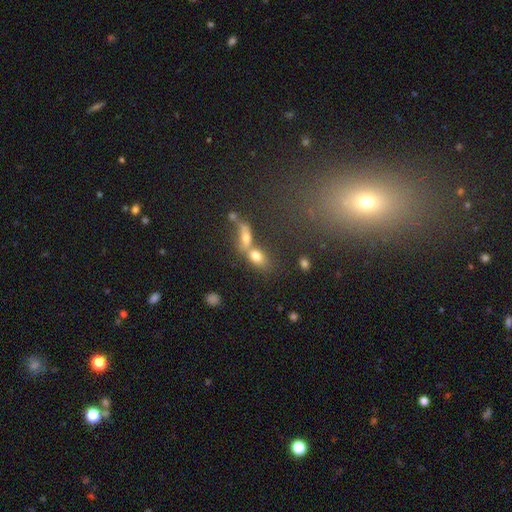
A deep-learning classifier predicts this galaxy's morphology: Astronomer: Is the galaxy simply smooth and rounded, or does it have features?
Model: smooth — 69%.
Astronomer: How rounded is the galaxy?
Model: in between — 75%.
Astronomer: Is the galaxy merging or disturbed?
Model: merger — 53% (runner-up: none, 32%).